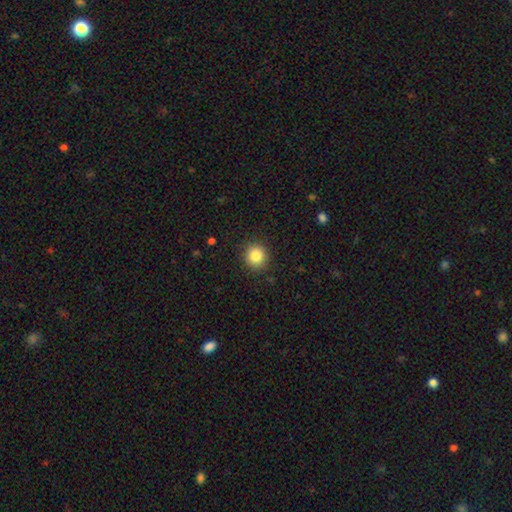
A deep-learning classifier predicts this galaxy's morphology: Smooth or featured: smooth — 85% (star or artifact — 10%)
How rounded: round — 91% (in between — 8%)
Merging: none — 90% (minor disturbance — 7%)